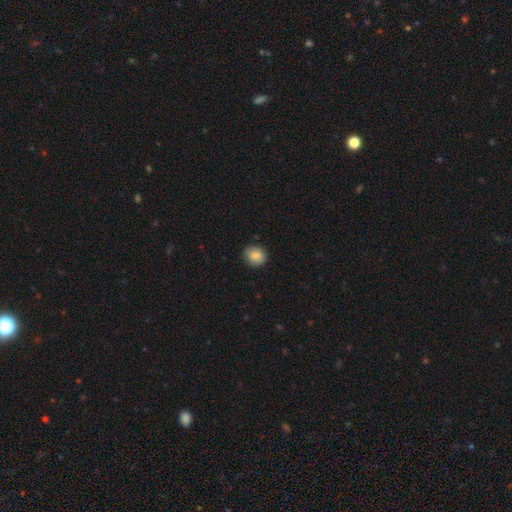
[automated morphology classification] This is clearly a smooth galaxy (83%). How rounded: likely round (76%). Merging: clearly none (85%).